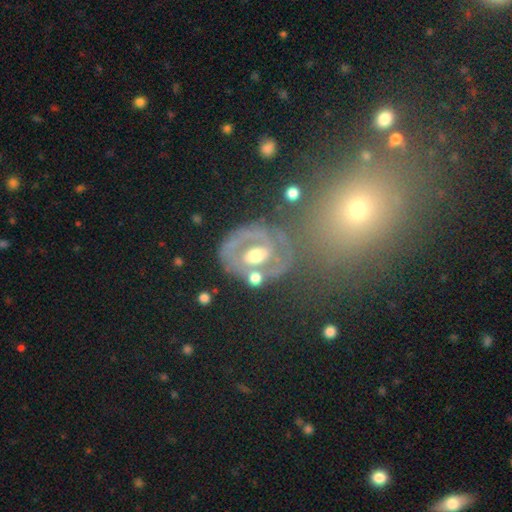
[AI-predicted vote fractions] A featured or disk galaxy (69%) with no bar (43%), spiral arms (53%) and a moderate central bulge (69%).

Vote fractions:
- Smooth or featured? featured or disk: 69% / smooth: 22% / star or artifact: 9%
- Edge-on disk? no: 96% / yes: 4%
- Bar? no: 43% / weak: 36% / strong: 21%
- Spiral arms? yes: 53% / no: 47%
- Bulge size? moderate: 69% / small: 14% / large: 12% / none: 2% / dominant: 2%
- Merging? none: 53% / minor disturbance: 20% / major disturbance: 16% / merger: 11%